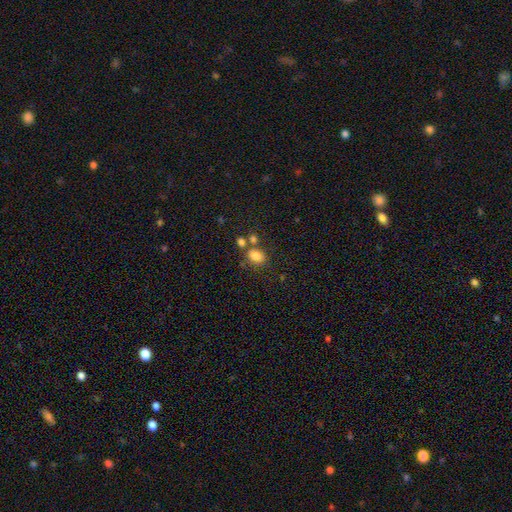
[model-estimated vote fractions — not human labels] Morphology: type=smooth (81%); roundness=in between (63%); merging=none (58%).